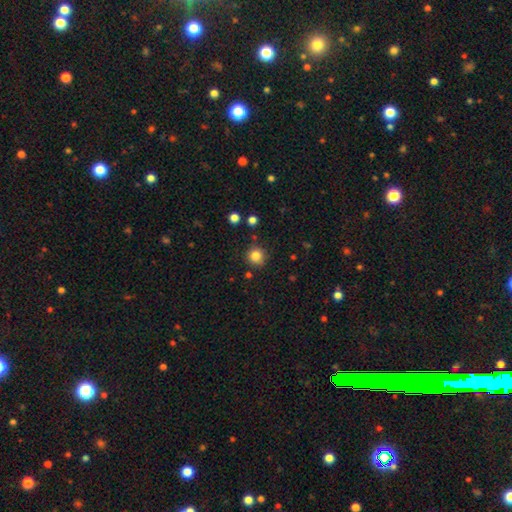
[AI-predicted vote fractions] The model was most divided on "smooth or featured": smooth: 83%, star or artifact: 12%, featured or disk: 5%. More confident: how rounded — round (93%); merging — none (85%).